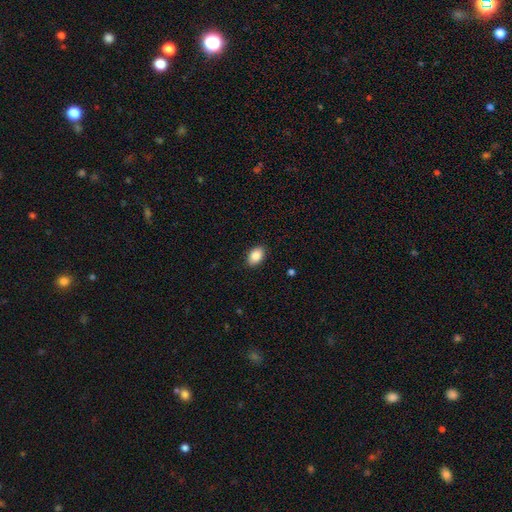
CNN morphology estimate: The model was most divided on "how rounded": in between: 86%, round: 12%, cigar-shaped: 1%. More confident: merging — none (89%); smooth or featured — smooth (86%).